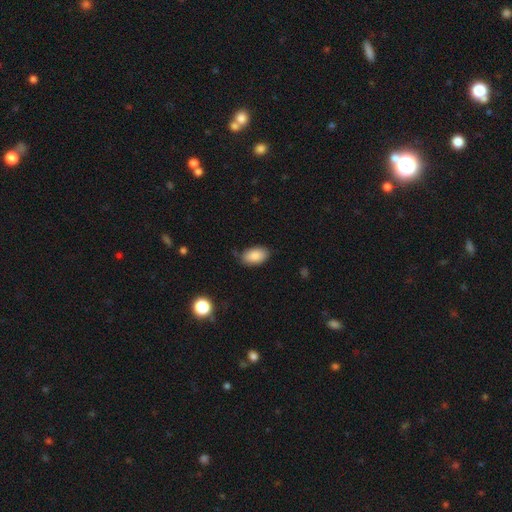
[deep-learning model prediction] Smooth or featured? smooth (87%)
How rounded? in between (93%)
Merging? none (81%)